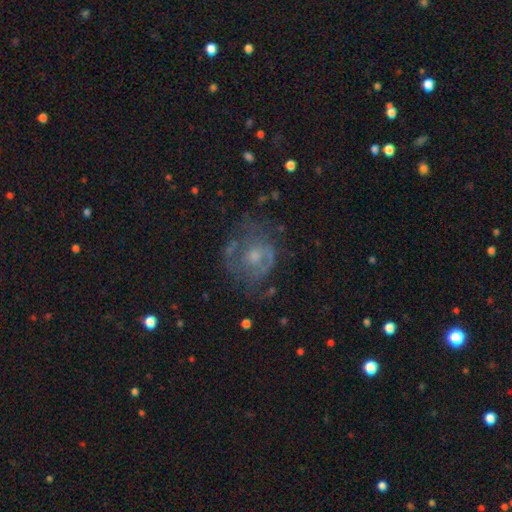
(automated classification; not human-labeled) Morphology: type=featured or disk (60%); edge-on=no (97%); bar=no (81%); spiral arms=yes (54%); bulge=moderate (54%); merging=none (52%).